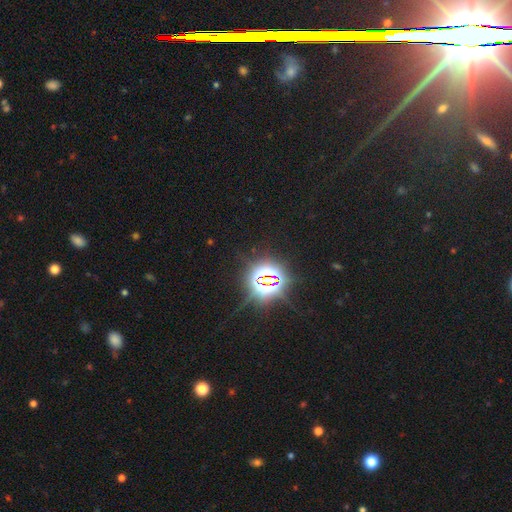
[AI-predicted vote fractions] This is likely a star or artifact rather than a galaxy (77%).